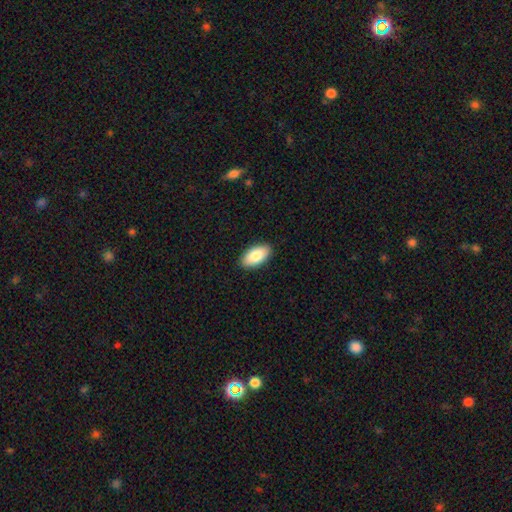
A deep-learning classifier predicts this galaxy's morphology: Smooth or featured: smooth — 84% (featured or disk — 10%)
How rounded: in between — 94% (cigar-shaped — 3%)
Merging: none — 90% (minor disturbance — 8%)